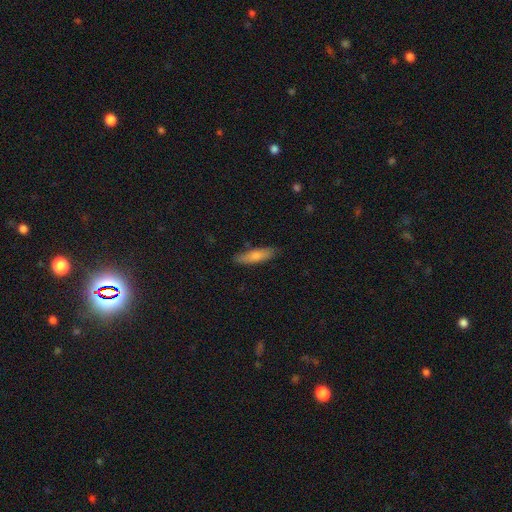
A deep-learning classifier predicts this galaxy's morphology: smooth 73%, featured or disk 21%, star or artifact 6%. Down the decision tree: how rounded — cigar-shaped (60%); merging — none (82%).